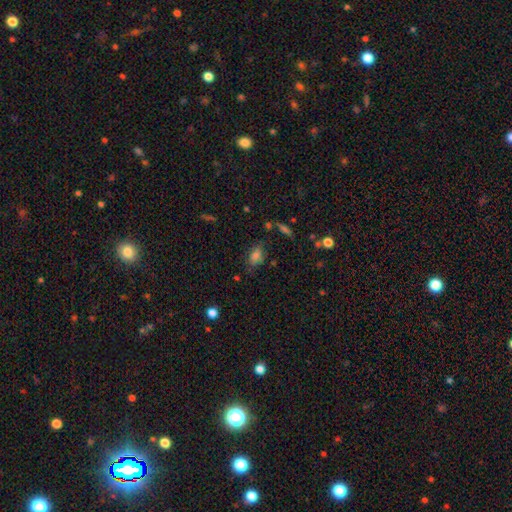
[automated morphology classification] This appears to be a smooth galaxy with no disk features (74%) that is in between round and cigar-shaped (85%). Merging: none (69%).